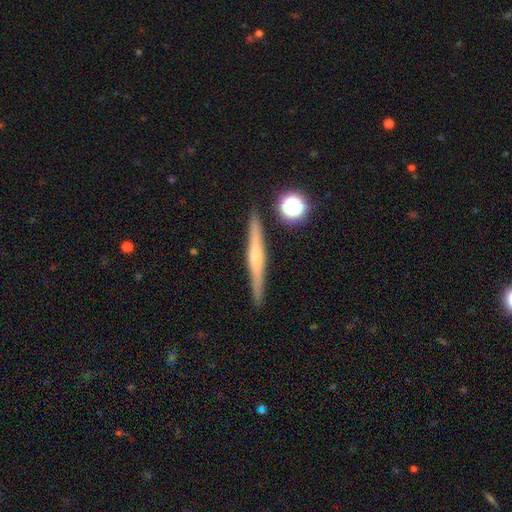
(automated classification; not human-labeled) This is likely a featured or disk galaxy (62%). It is clearly viewed edge-on (98%). Edge-on bulge: possibly rounded (58%). Merging: clearly none (90%).